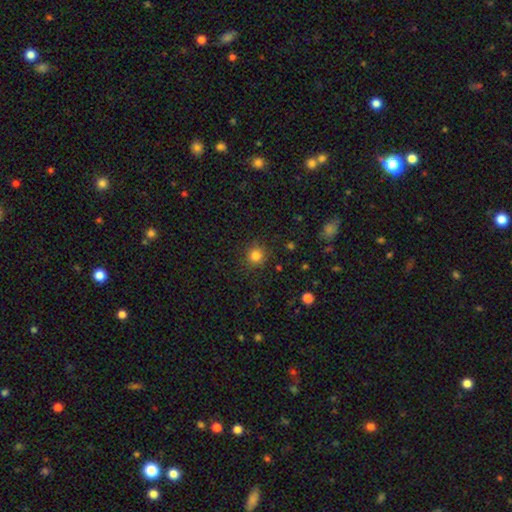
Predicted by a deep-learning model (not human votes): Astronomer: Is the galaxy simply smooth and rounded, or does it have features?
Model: smooth — 83%.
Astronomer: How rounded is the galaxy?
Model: round — 92%.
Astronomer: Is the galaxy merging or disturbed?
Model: none — 88%.